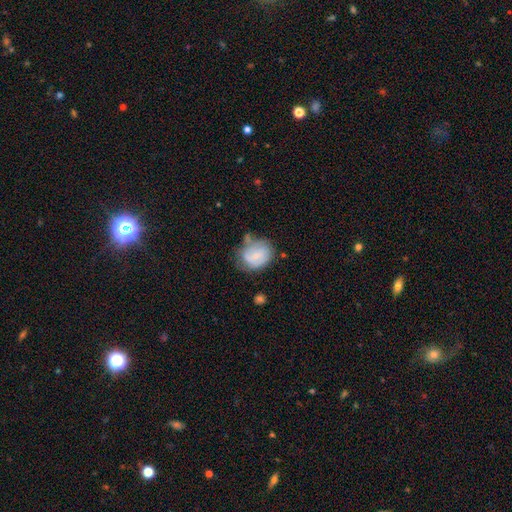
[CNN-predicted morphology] Smooth or featured? Predicted: smooth (p=0.61). How rounded? Predicted: round (p=0.56). Merging? Predicted: none (p=0.44).